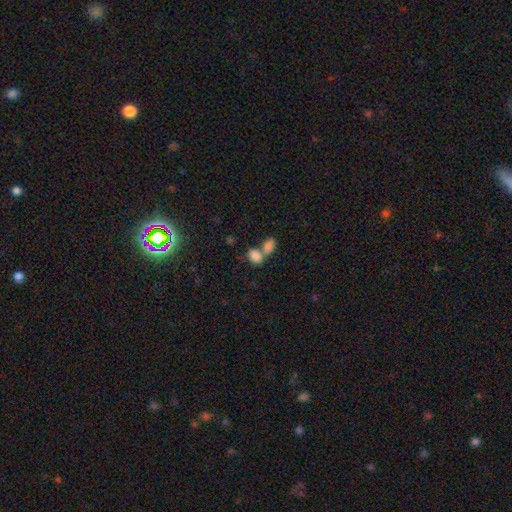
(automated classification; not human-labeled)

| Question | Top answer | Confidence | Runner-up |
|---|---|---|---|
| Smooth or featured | smooth | 82% | star or artifact (9%) |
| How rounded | in between | 85% | round (14%) |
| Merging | merger | 64% | none (25%) |